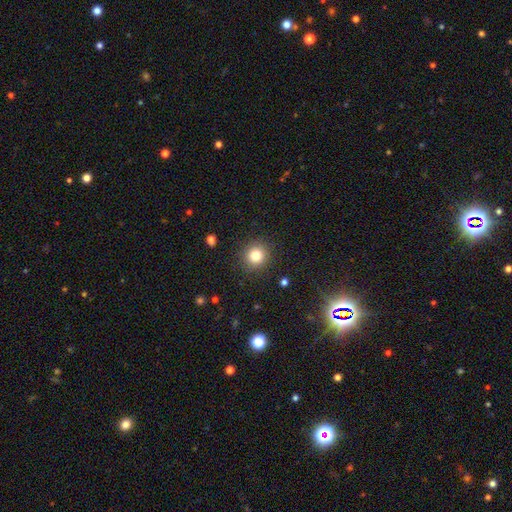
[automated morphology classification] The model was most divided on "smooth or featured": smooth: 82%, star or artifact: 12%, featured or disk: 6%. More confident: how rounded — round (90%); merging — none (89%).